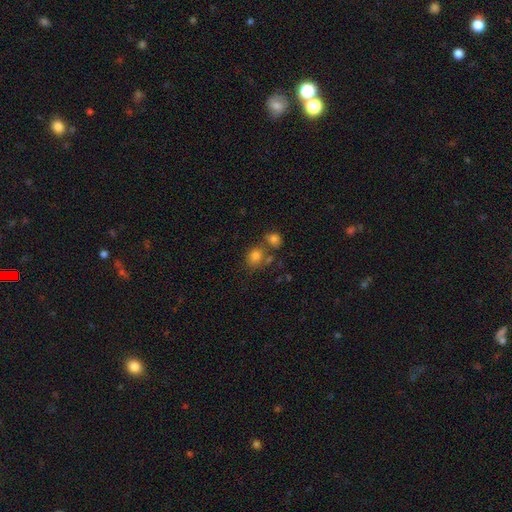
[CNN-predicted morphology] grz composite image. It shows a smooth galaxy with no disk features (79%) that is round (65%). Merging: none (53%).